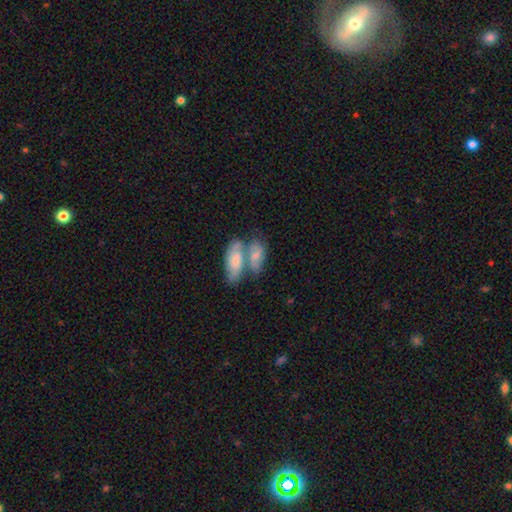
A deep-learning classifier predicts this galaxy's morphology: Smooth or featured: smooth — 60% (featured or disk — 33%)
How rounded: in between — 86% (cigar-shaped — 8%)
Merging: merger — 63% (none — 22%)